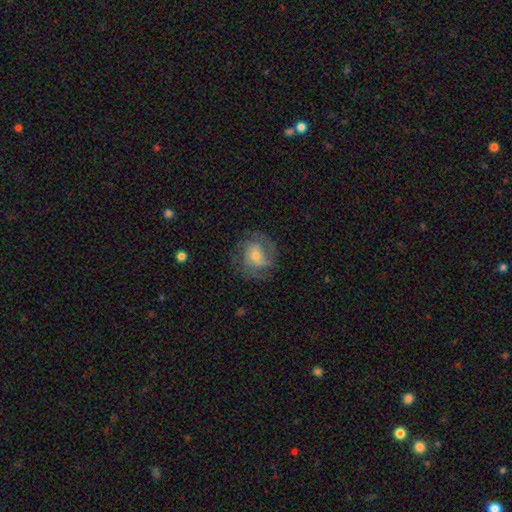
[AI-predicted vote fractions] smooth-or-featured: featured or disk: 68% | smooth: 24% | star or artifact: 8%
  disk-edge-on: no: 97% | yes: 3%
    bar: no: 61% | weak: 31% | strong: 7%
    has-spiral-arms: yes: 87% | no: 13%
      spiral-winding: tight: 43% | medium: 42% | loose: 15%
      spiral-arm-count: 2: 37% | can't tell: 29% | 3: 20% | 1: 6% | 4: 5% | more than 4: 4%
    bulge-size: small: 48% | moderate: 45% | large: 4% | none: 2% | dominant: 1%
  merging: none: 72% | minor disturbance: 17% | major disturbance: 10% | merger: 1%